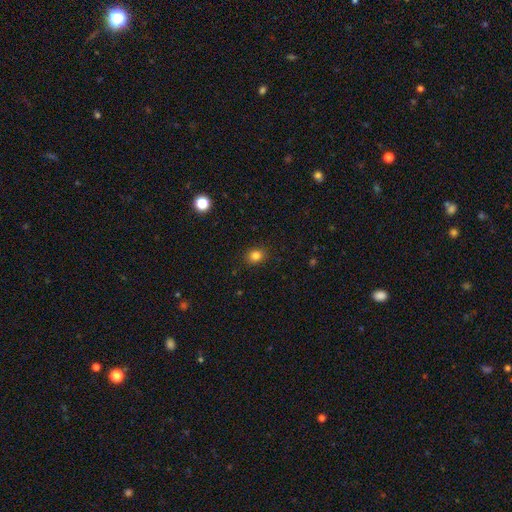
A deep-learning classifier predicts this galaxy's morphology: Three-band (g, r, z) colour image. It shows a smooth galaxy with no disk features (83%) that is round (69%). Merging: none (89%).